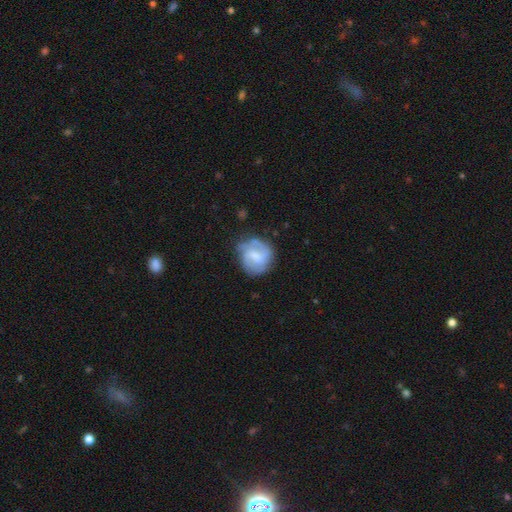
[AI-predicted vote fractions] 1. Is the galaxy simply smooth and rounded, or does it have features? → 64% featured or disk, 29% smooth, 6% star or artifact.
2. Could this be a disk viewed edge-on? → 98% no, 2% yes.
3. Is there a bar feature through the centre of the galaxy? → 57% weak, 26% no, 17% strong.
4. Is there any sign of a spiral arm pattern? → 87% yes, 13% no.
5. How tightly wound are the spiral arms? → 45% medium, 35% tight, 19% loose.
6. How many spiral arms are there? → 57% 2, 20% can't tell, 13% 3, 5% 1, 3% 4, 2% more than 4.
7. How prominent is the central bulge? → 42% small, 38% moderate, 14% none, 5% large, 1% dominant.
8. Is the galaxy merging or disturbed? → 63% none, 24% minor disturbance, 11% major disturbance, 2% merger.